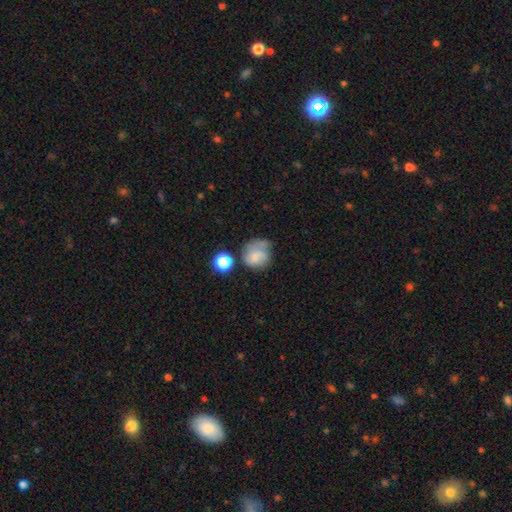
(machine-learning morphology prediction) This is likely a smooth galaxy (60%). How rounded: likely round (76%). Merging: marginally none (40%).